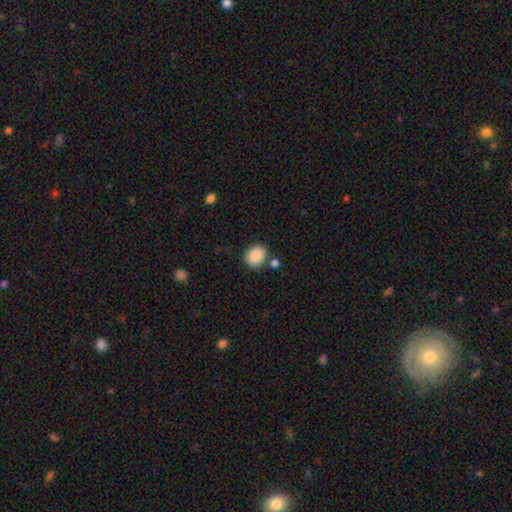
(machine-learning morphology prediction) Q: Smooth or featured?
A: smooth (89%); runner-up: star or artifact (8%)
Q: How rounded?
A: round (62%); runner-up: in between (37%)
Q: Merging?
A: none (79%); runner-up: minor disturbance (10%)